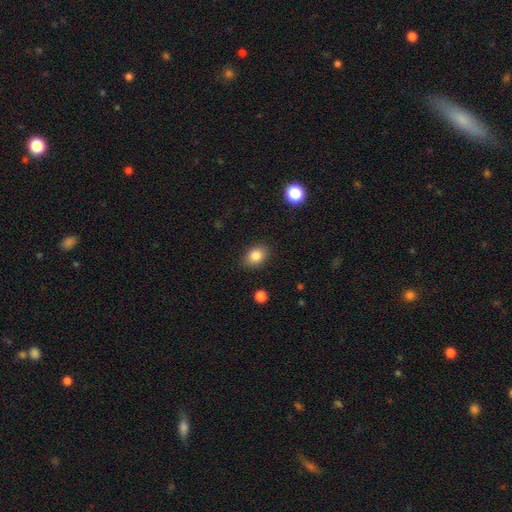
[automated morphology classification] The model was most divided on "how rounded": in between: 74%, round: 25%, cigar-shaped: 1%. More confident: merging — none (86%); smooth or featured — smooth (84%).